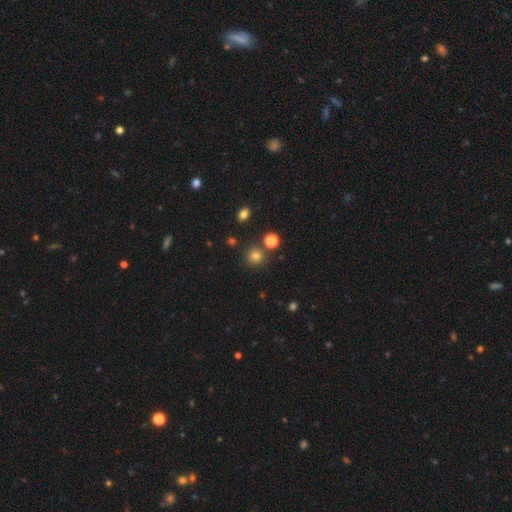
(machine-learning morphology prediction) Smooth or featured? smooth (79%)
How rounded? round (91%)
Merging? none (82%)